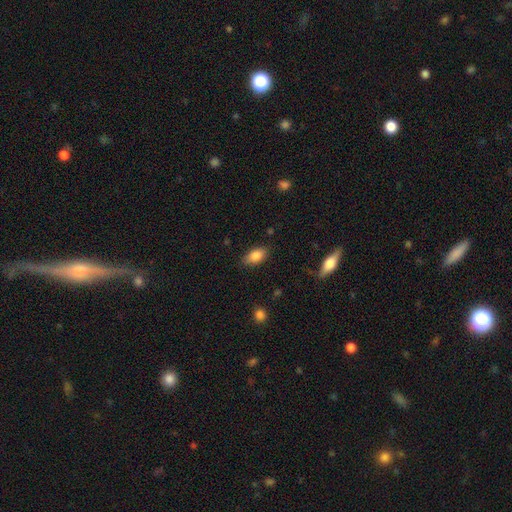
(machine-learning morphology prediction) Smooth or featured: smooth — 85% (star or artifact — 8%)
How rounded: in between — 90% (round — 6%)
Merging: none — 82% (minor disturbance — 14%)